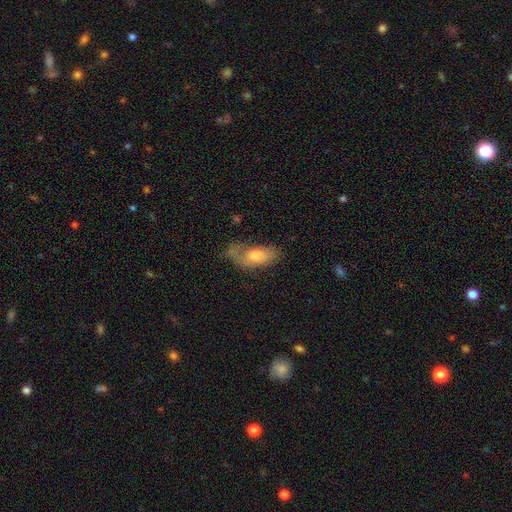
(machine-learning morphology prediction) Q: Smooth or featured?
A: smooth (59%); runner-up: featured or disk (33%)
Q: How rounded?
A: in between (85%); runner-up: cigar-shaped (11%)
Q: Merging?
A: none (41%); runner-up: minor disturbance (29%)